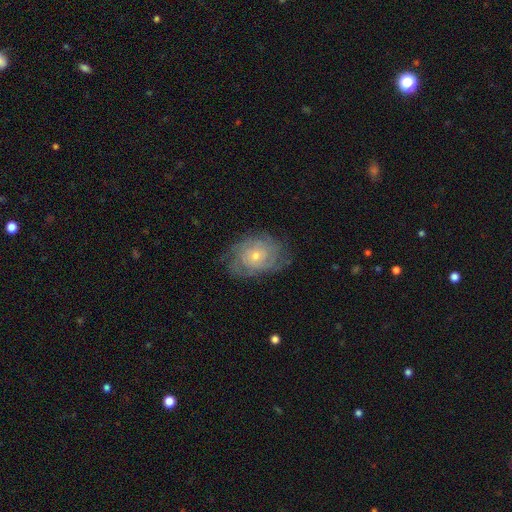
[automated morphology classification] The model was most divided on "bulge size": small: 63%, moderate: 33%, large: 2%, none: 1%, dominant: 1%. More confident: edge-on disk — no (96%); spiral arms — yes (88%); bar — no (81%); merging — none (71%); smooth or featured — featured or disk (71%); spiral winding — tight (68%); spiral arm count — can't tell (52%).